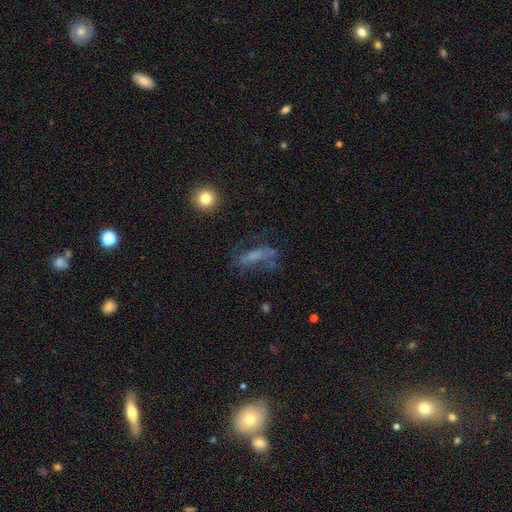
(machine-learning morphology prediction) Q: Smooth or featured?
A: featured or disk (45%); runner-up: smooth (35%)
Q: Merging?
A: none (43%); runner-up: major disturbance (33%)